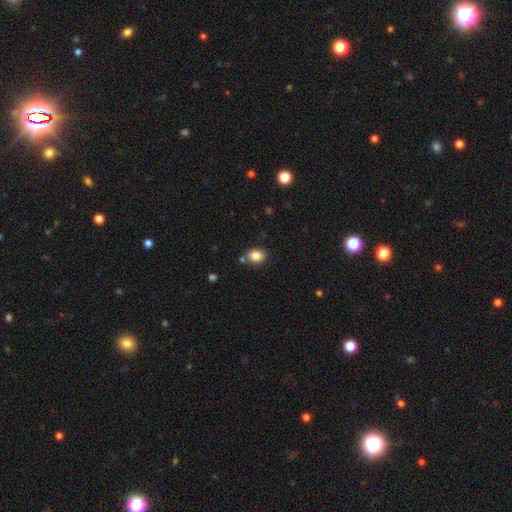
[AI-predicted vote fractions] Morphology: type=smooth (85%); roundness=in between (58%); merging=none (74%).